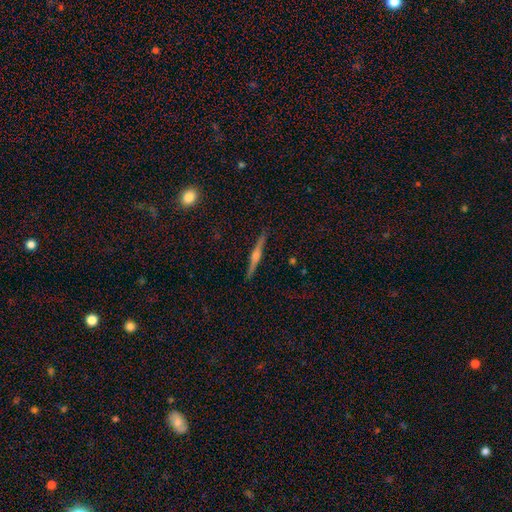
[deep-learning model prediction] smooth_or_featured: featured or disk (p=0.79) [alt: smooth p=0.15]
disk_edge_on: yes (p=0.98) [alt: no p=0.02]
edge_on_bulge: rounded (p=0.85) [alt: boxy p=0.08]
merging: none (p=0.92) [alt: minor disturbance p=0.06]